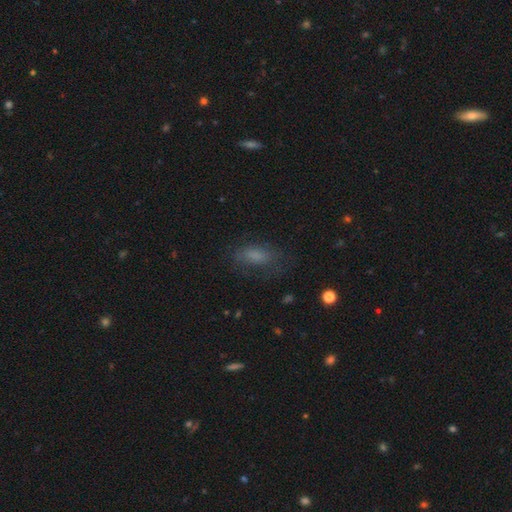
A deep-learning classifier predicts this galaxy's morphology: This is likely a smooth galaxy (68%). How rounded: clearly in between (82%). Merging: possibly none (60%).